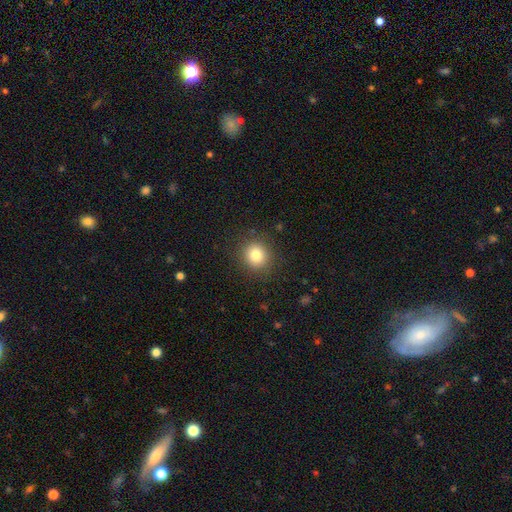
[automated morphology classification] smooth_or_featured: smooth (p=0.81) [alt: star or artifact p=0.11]
how_rounded: round (p=0.89) [alt: in between p=0.10]
merging: none (p=0.88) [alt: minor disturbance p=0.07]